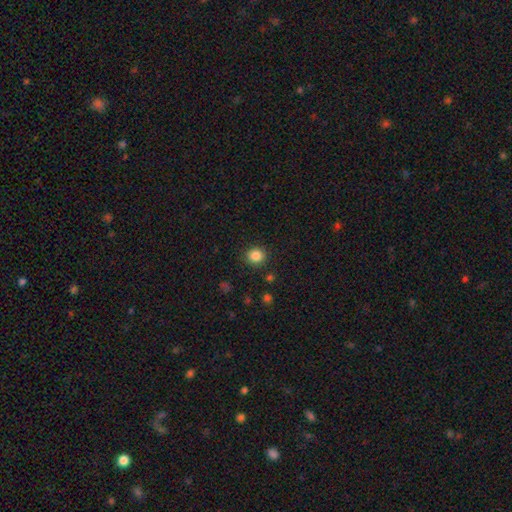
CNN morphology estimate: smooth-or-featured: smooth: 85% | star or artifact: 11% | featured or disk: 4%
  how-rounded: round: 86% | in between: 13% | cigar-shaped: 1%
  merging: none: 90% | minor disturbance: 6% | major disturbance: 2% | merger: 1%